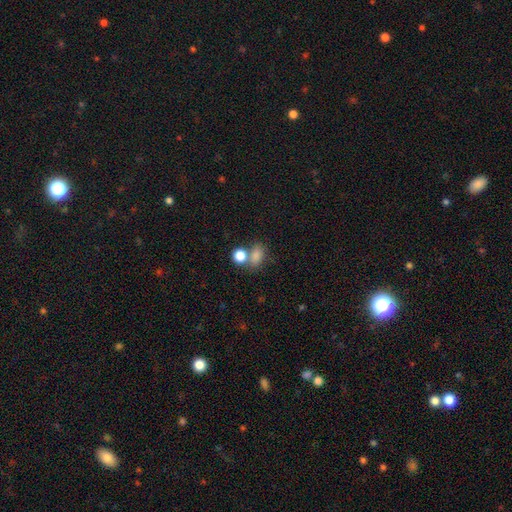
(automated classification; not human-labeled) Overall: smooth (80%). How rounded: in between (67%; round 31%). Merging: none (45%; merger 38%).